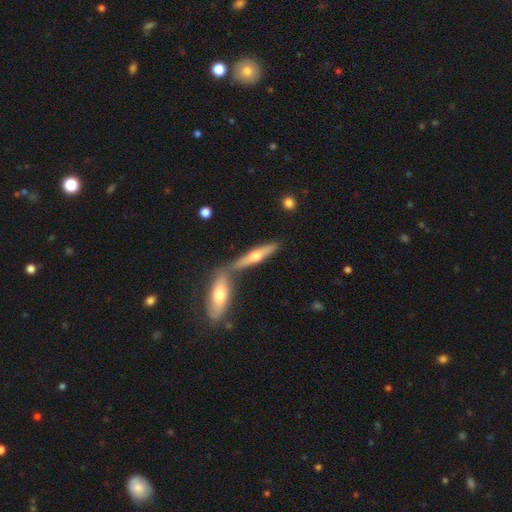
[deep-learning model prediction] Smooth or featured: featured or disk — 54% (smooth — 40%)
Edge-on disk: yes — 91% (no — 9%)
Merging: none — 59% (merger — 29%)